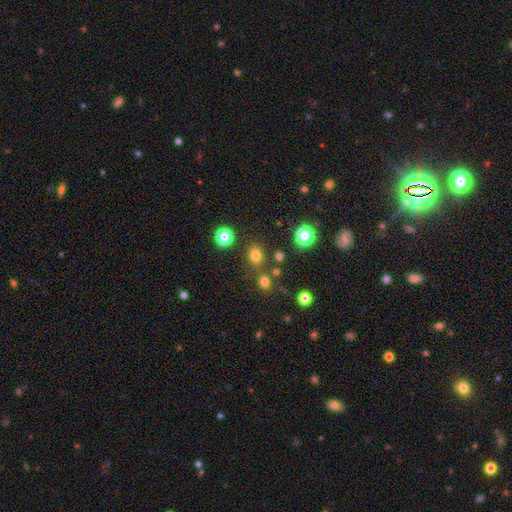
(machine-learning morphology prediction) Q: Smooth or featured?
A: smooth (74%); runner-up: star or artifact (19%)
Q: How rounded?
A: round (65%); runner-up: in between (34%)
Q: Merging?
A: none (78%); runner-up: minor disturbance (11%)